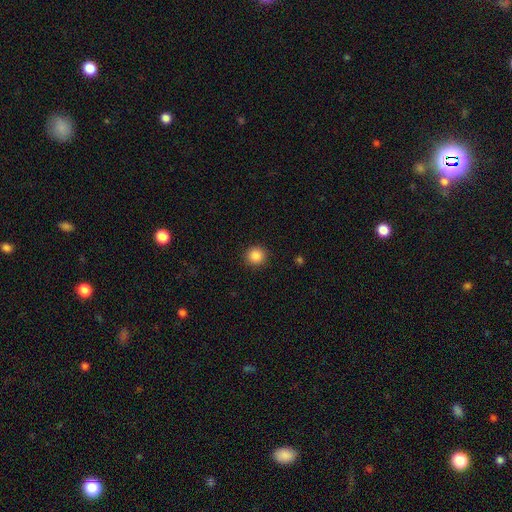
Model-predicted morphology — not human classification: Smooth or featured?
  - smooth: 86% *
  - star or artifact: 10%
  - featured or disk: 4%
How rounded?
  - round: 93% *
  - in between: 6%
  - cigar-shaped: 1%
Merging?
  - none: 91% *
  - minor disturbance: 5%
  - major disturbance: 2%
  - merger: 1%